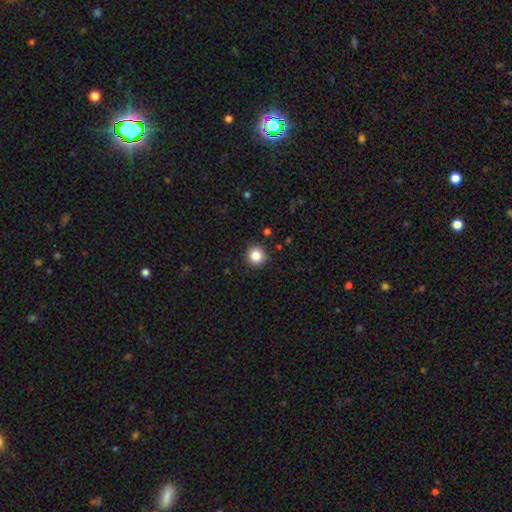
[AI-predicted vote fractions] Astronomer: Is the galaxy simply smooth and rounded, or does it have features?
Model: smooth — 85%.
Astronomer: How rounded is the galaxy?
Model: round — 93%.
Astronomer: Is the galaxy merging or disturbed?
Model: none — 90%.